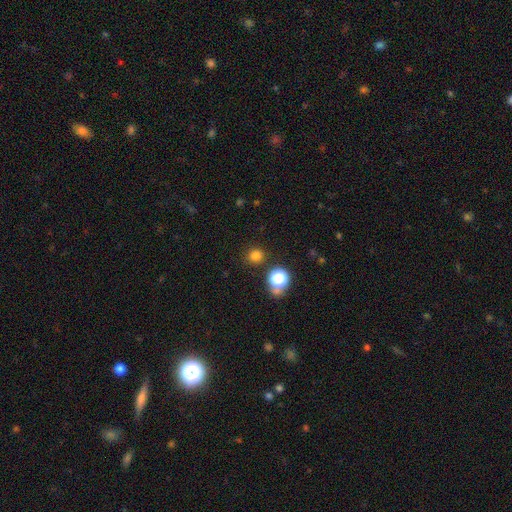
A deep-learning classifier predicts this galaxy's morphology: Q: Smooth or featured?
A: smooth (77%); runner-up: star or artifact (18%)
Q: How rounded?
A: round (88%); runner-up: in between (11%)
Q: Merging?
A: none (85%); runner-up: minor disturbance (8%)